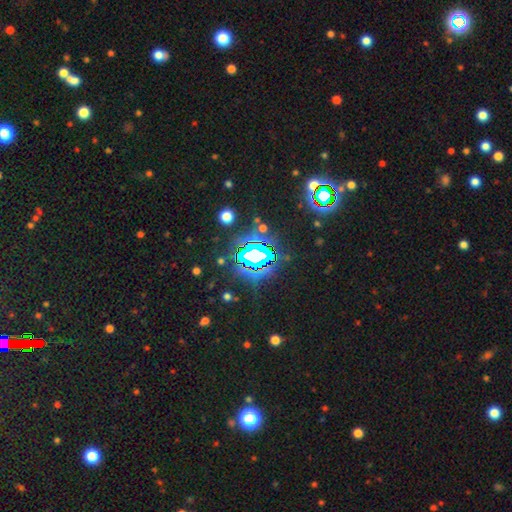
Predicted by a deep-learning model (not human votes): smooth_or_featured: star or artifact (p=0.74) [alt: smooth p=0.14]